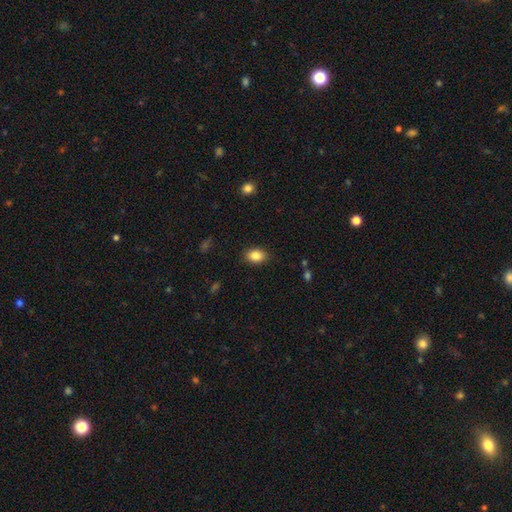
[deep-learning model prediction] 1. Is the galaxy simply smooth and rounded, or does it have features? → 86% smooth, 8% star or artifact, 6% featured or disk.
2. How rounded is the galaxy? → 79% in between, 20% round, 1% cigar-shaped.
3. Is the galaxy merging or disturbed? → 87% none, 10% minor disturbance, 2% major disturbance, 1% merger.